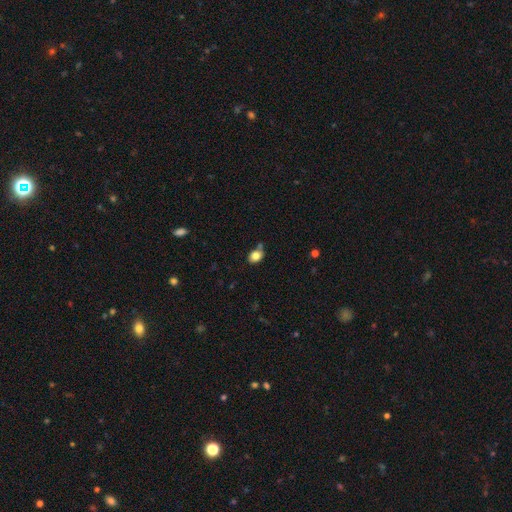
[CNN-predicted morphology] Overall: smooth (82%). How rounded: in between (60%; round 39%). Merging: none (65%).